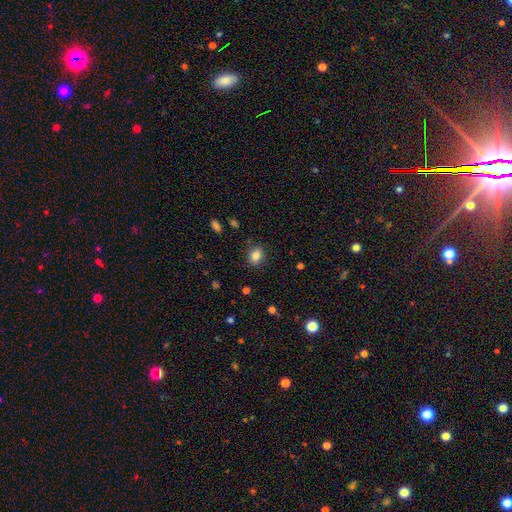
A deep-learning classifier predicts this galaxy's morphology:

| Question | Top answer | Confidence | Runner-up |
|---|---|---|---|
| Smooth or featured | smooth | 84% | star or artifact (10%) |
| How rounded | in between | 53% | round (45%) |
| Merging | none | 85% | minor disturbance (10%) |